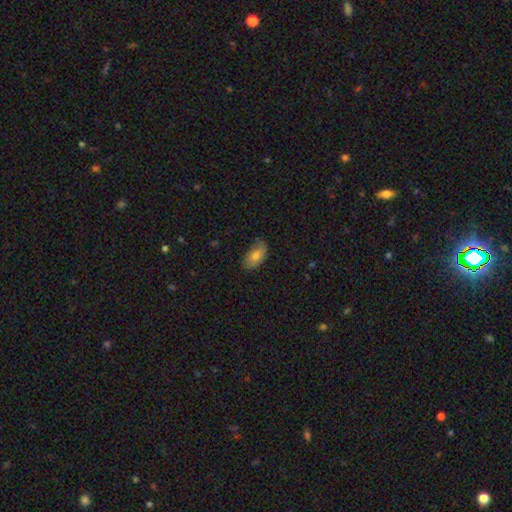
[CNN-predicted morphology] Smooth or featured? Predicted: smooth (p=0.73). How rounded? Predicted: in between (p=0.92). Merging? Predicted: none (p=0.62).